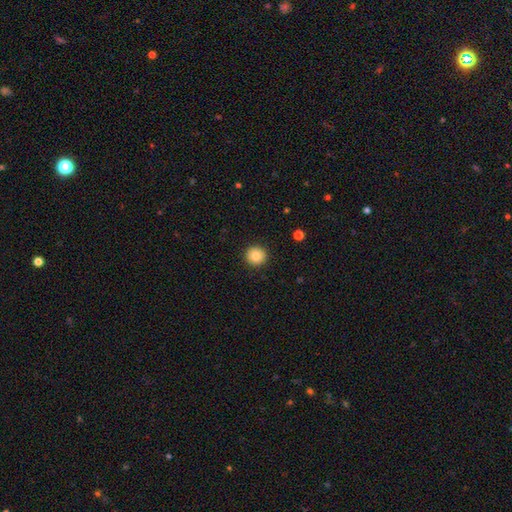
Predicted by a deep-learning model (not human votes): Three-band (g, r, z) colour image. It shows a smooth galaxy with no disk features (86%) that is round (94%). Merging: none (92%).